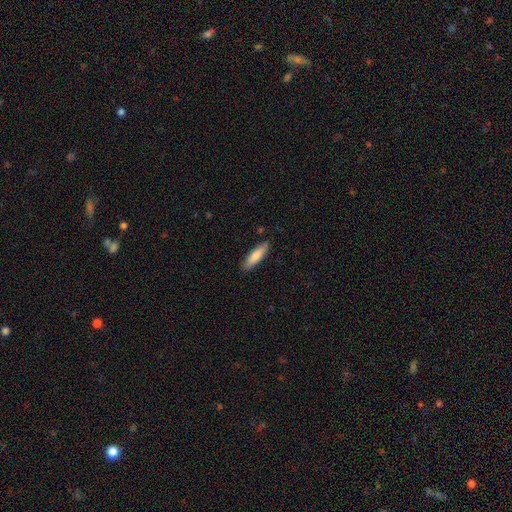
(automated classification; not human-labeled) smooth 79%, featured or disk 15%, star or artifact 5%. Down the decision tree: how rounded — cigar-shaped (68%); merging — none (87%).